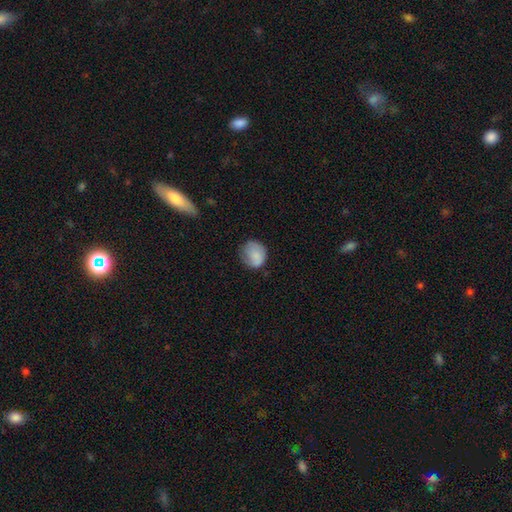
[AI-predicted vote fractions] Morphology: type=smooth (79%); roundness=round (75%); merging=none (59%).